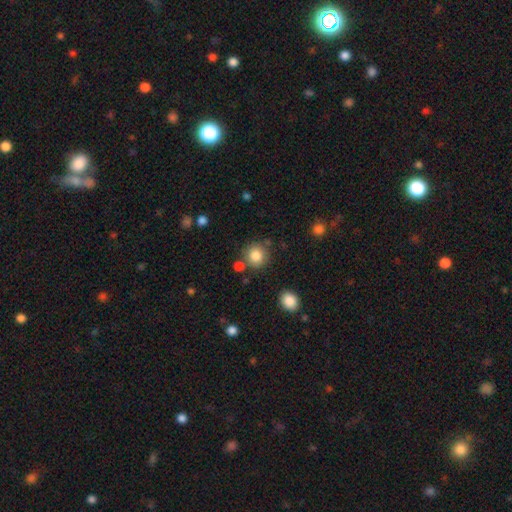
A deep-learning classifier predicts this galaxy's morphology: Q: Smooth or featured?
A: smooth (84%); runner-up: star or artifact (10%)
Q: How rounded?
A: round (89%); runner-up: in between (10%)
Q: Merging?
A: none (77%); runner-up: minor disturbance (10%)